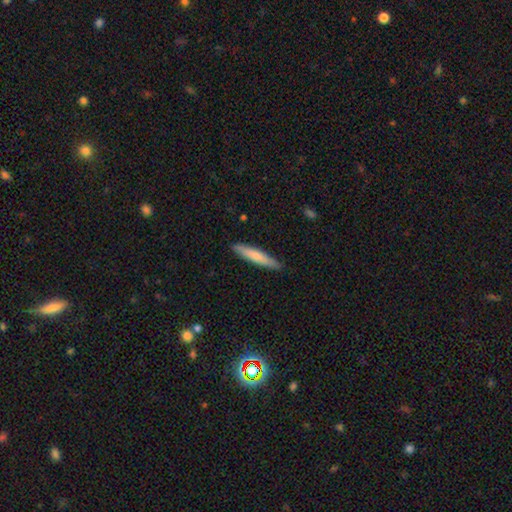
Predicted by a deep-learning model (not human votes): The model was most divided on "smooth or featured": smooth: 72%, featured or disk: 23%, star or artifact: 5%. More confident: how rounded — cigar-shaped (93%); merging — none (89%).